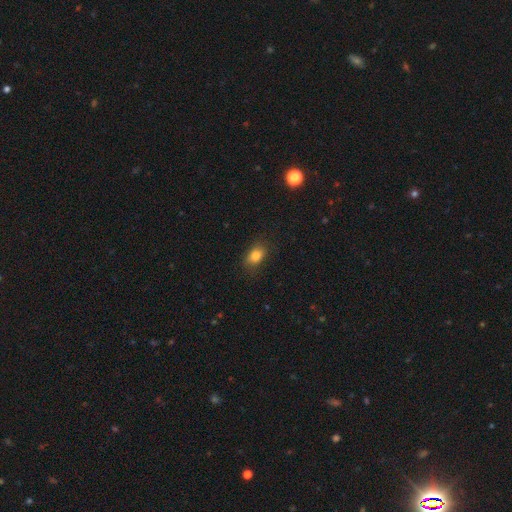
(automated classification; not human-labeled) A smooth galaxy with no disk features (83%) that is in between round and cigar-shaped (76%). Merging: none (81%).